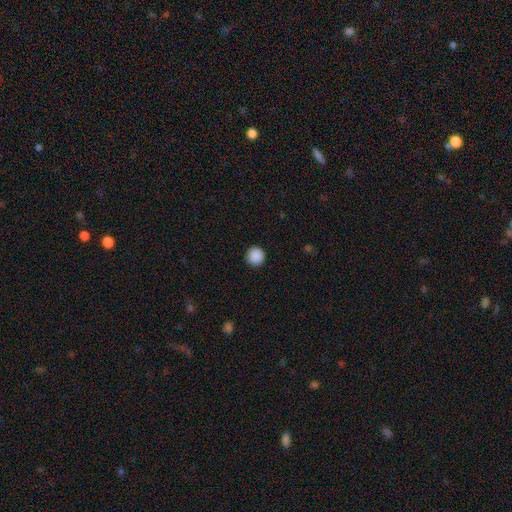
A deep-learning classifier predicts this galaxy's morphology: This appears to be a smooth galaxy with no disk features (89%) that is round (95%). Merging: none (92%).